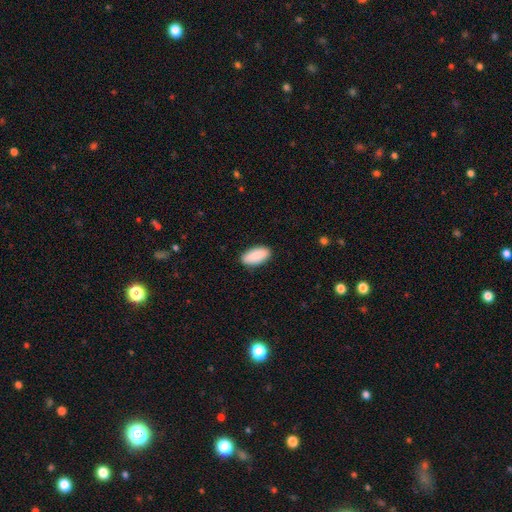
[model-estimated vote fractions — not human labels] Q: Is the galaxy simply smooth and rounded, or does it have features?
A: smooth — 88%.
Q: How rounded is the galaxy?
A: in between — 92%.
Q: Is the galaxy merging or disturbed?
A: none — 89%.